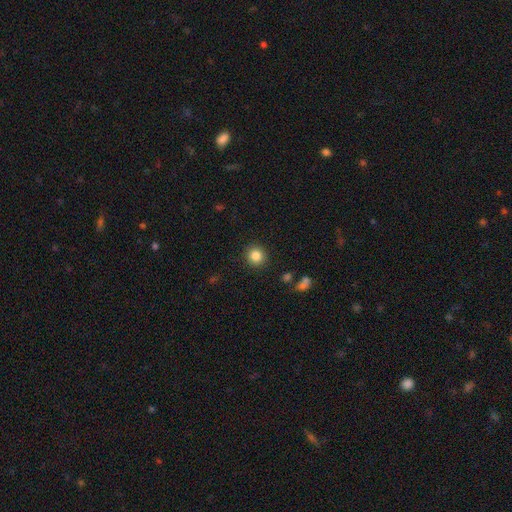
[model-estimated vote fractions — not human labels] This is clearly a smooth galaxy (84%). How rounded: clearly round (91%). Merging: clearly none (90%).